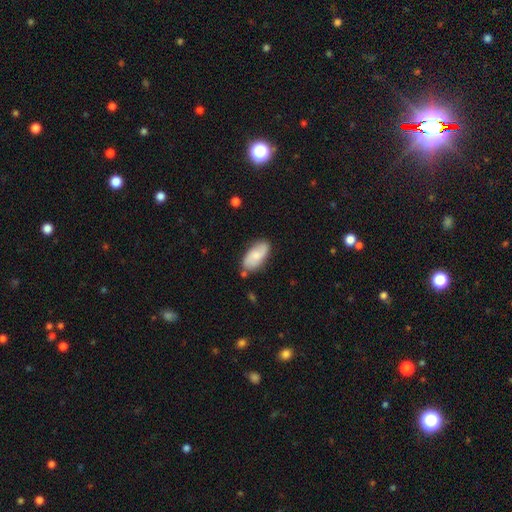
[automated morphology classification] Smooth or featured? smooth (62%)
How rounded? in between (91%)
Merging? none (75%)